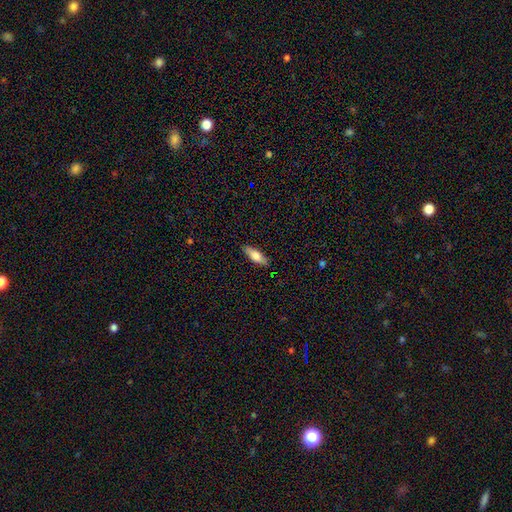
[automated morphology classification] A smooth galaxy with no disk features (70%) that is in between round and cigar-shaped (56%). Merging: none (87%).